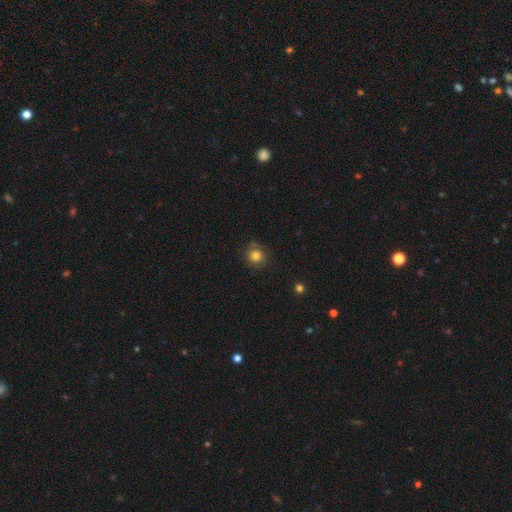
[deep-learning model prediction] Morphology: type=smooth (82%); roundness=round (92%); merging=none (80%).